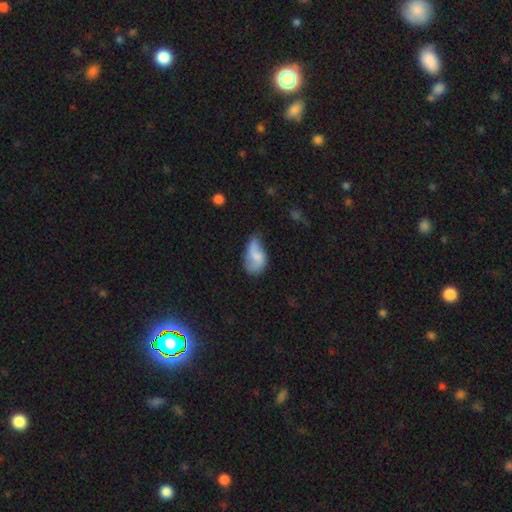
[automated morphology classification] smooth 57%, featured or disk 35%, star or artifact 8%. Down the decision tree: how rounded — in between (90%); merging — minor disturbance (40%).